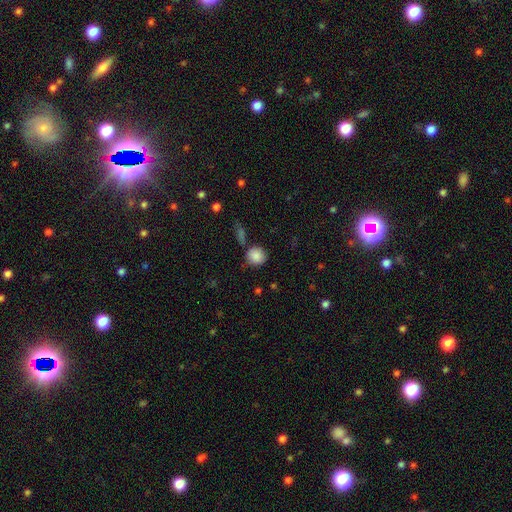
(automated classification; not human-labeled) smooth-or-featured: smooth: 87% | star or artifact: 8% | featured or disk: 5%
  how-rounded: round: 86% | in between: 13% | cigar-shaped: 1%
  merging: none: 74% | minor disturbance: 15% | merger: 7% | major disturbance: 4%